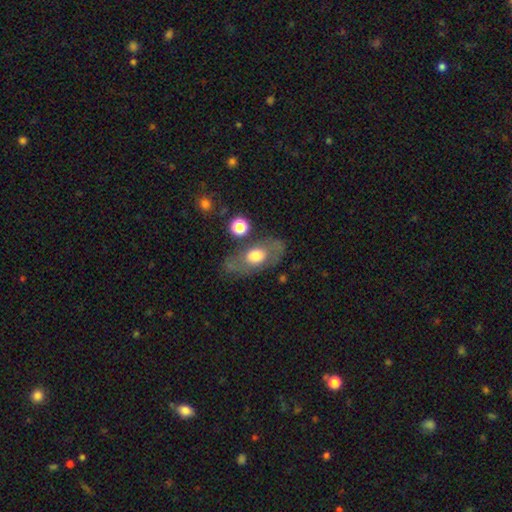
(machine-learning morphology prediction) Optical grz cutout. It shows a smooth galaxy with no disk features (54%) that is in between round and cigar-shaped (78%). Merging: none (66%).